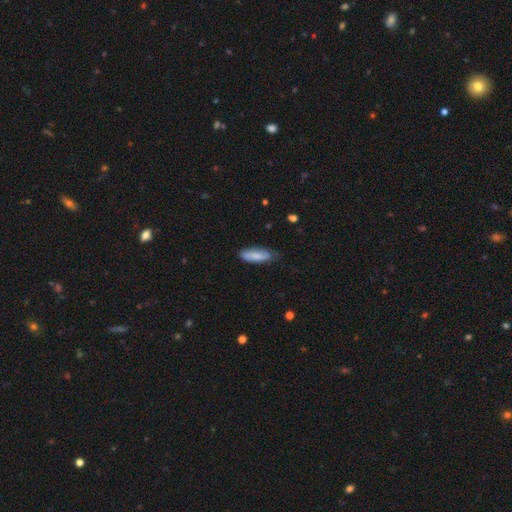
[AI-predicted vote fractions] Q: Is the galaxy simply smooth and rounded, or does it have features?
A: smooth — 78%.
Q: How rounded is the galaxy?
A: in between — 64%.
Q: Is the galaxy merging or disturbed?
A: none — 66%.